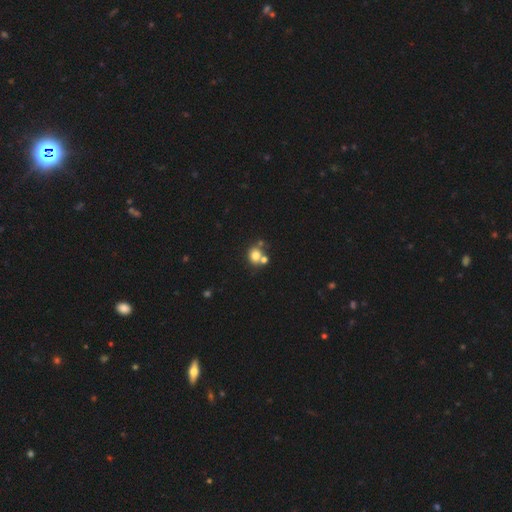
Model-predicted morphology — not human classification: A smooth galaxy with no disk features (76%) that is round (78%). Merging: none (52%).